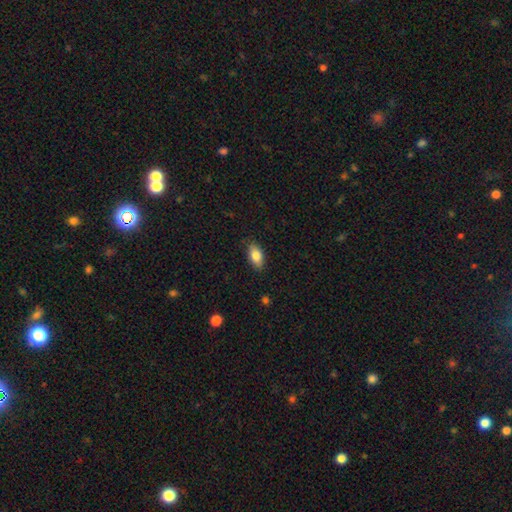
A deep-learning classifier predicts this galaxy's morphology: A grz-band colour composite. It shows a smooth galaxy with no disk features (81%) that is in between round and cigar-shaped (89%). Merging: none (85%).